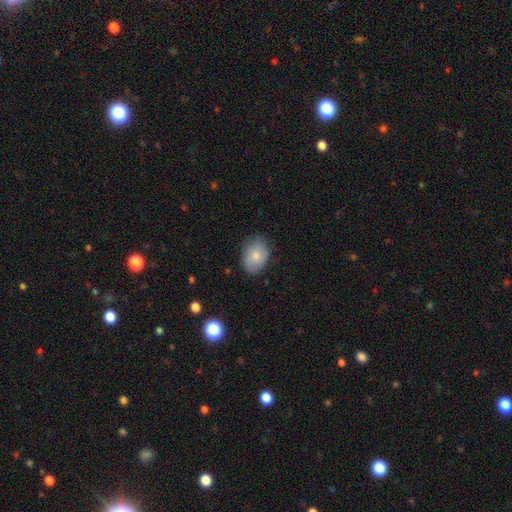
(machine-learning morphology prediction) smooth 78%, featured or disk 15%, star or artifact 7%. Down the decision tree: how rounded — in between (74%); merging — none (75%).